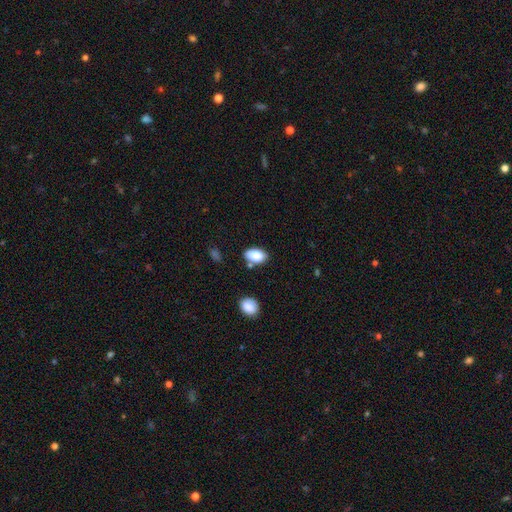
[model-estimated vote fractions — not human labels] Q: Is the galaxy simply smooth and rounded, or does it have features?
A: smooth — 85%.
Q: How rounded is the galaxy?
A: in between — 90%.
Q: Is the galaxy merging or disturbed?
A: none — 75%.